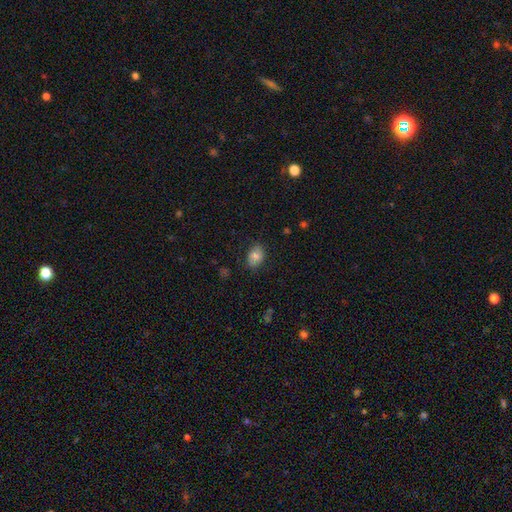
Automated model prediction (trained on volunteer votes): A smooth galaxy with no disk features (78%) that is in between round and cigar-shaped (72%). Merging: none (79%).